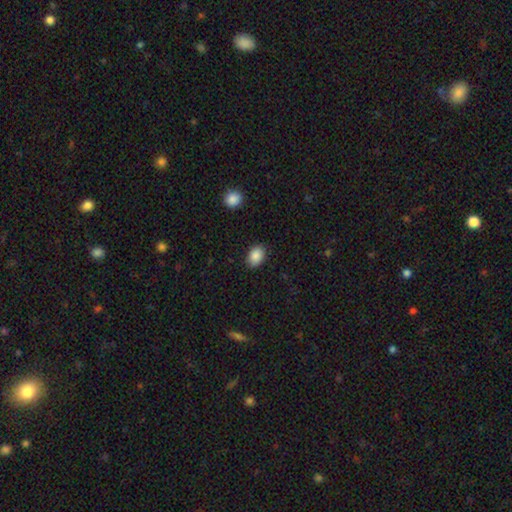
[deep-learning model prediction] A smooth galaxy with no disk features (88%) that is in between round and cigar-shaped (80%). Merging: none (87%).